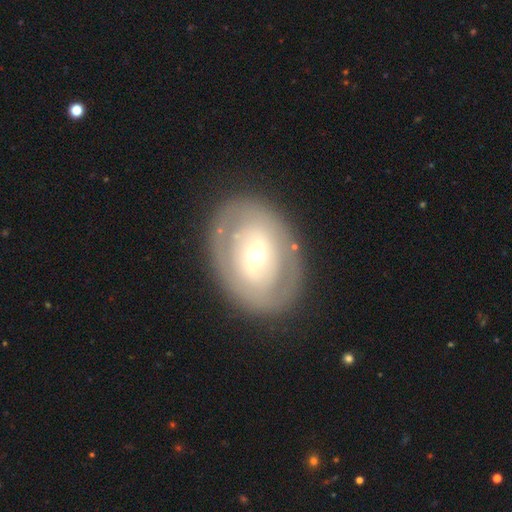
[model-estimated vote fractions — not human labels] This is possibly a featured or disk galaxy (58%). It is clearly not viewed edge-on (93%). Bar: likely no (71%). Spiral arm pattern: likely no (75%). Central bulge: possibly small (51%). Merging: clearly none (81%).